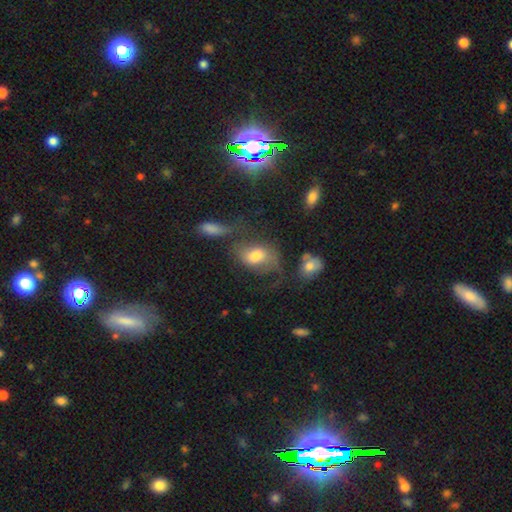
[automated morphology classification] smooth_or_featured: smooth (p=0.55) [alt: featured or disk p=0.34]
how_rounded: in between (p=0.79) [alt: round p=0.19]
merging: none (p=0.37) [alt: major disturbance p=0.25]